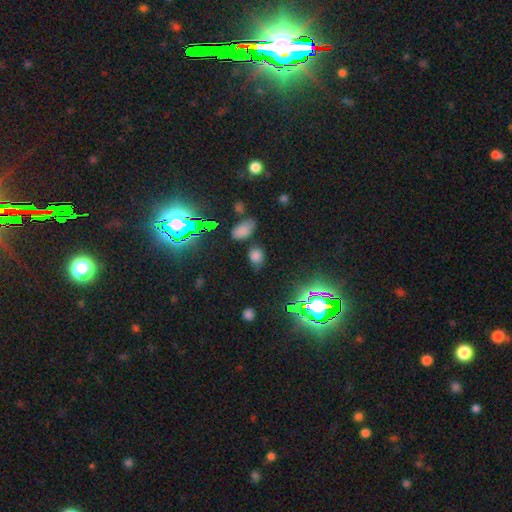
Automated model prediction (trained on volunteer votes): smooth 66%, star or artifact 27%, featured or disk 7%. Down the decision tree: how rounded — in between (57%); merging — none (68%).